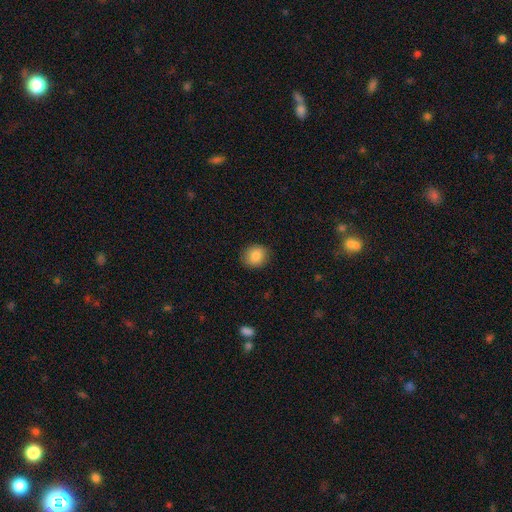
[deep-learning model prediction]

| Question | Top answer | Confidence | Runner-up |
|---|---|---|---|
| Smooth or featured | smooth | 85% | star or artifact (9%) |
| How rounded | round | 77% | in between (22%) |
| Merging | none | 88% | minor disturbance (9%) |